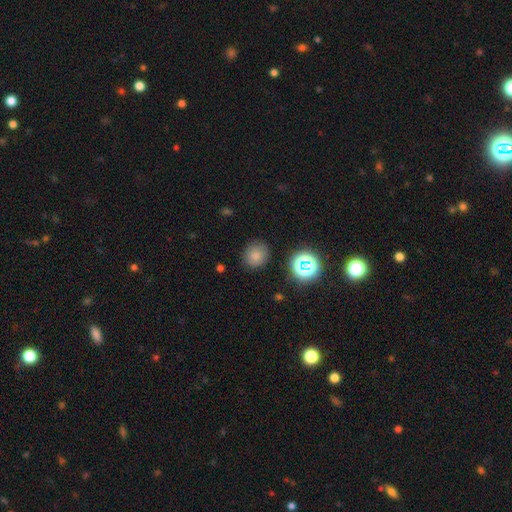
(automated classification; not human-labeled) The model was most divided on "smooth or featured": smooth: 77%, star or artifact: 16%, featured or disk: 7%. More confident: merging — none (84%); how rounded — round (82%).